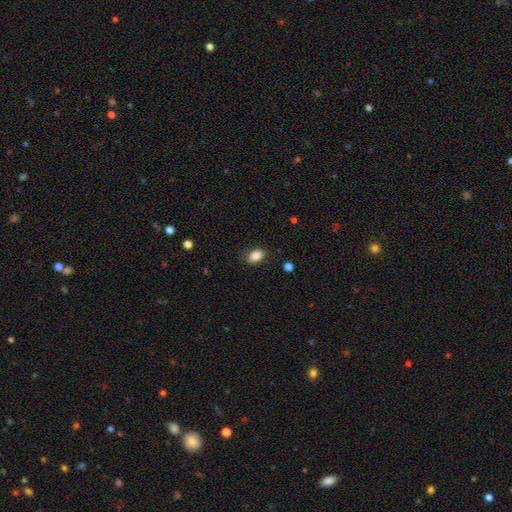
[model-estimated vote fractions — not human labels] This is clearly a smooth galaxy (84%). How rounded: clearly in between (85%). Merging: clearly none (85%).